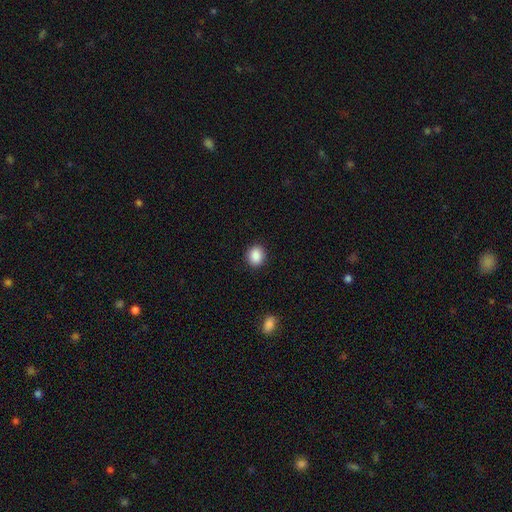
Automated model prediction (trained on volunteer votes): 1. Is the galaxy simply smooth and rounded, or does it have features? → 88% smooth, 8% star or artifact, 3% featured or disk.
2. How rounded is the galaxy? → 65% round, 34% in between, 1% cigar-shaped.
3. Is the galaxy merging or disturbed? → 90% none, 7% minor disturbance, 2% major disturbance, 1% merger.